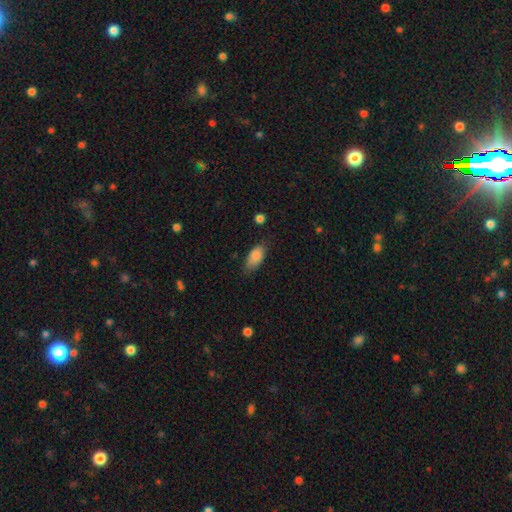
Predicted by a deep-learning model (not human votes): smooth-or-featured: smooth: 85% | featured or disk: 8% | star or artifact: 7%
  how-rounded: in between: 89% | cigar-shaped: 7% | round: 4%
  merging: none: 70% | minor disturbance: 23% | major disturbance: 5% | merger: 2%